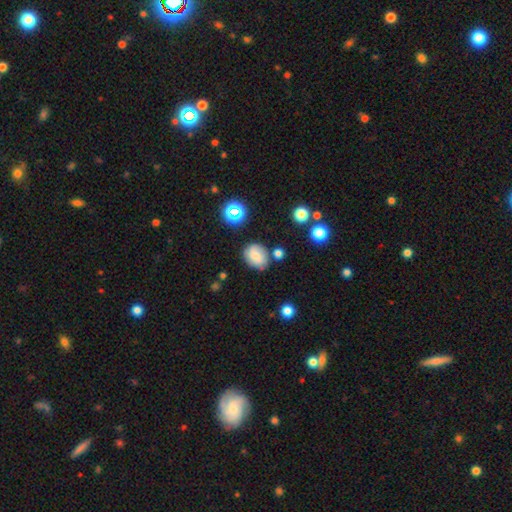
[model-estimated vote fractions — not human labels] Smooth or featured: smooth — 70% (featured or disk — 17%)
How rounded: round — 51% (in between — 48%)
Merging: none — 68% (minor disturbance — 19%)